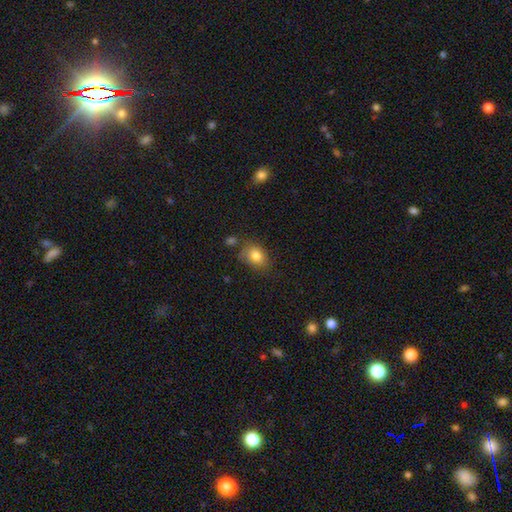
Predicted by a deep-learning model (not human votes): A smooth galaxy with no disk features (82%) that is in between round and cigar-shaped (66%).

Vote fractions:
- Smooth or featured? smooth: 82% / star or artifact: 9% / featured or disk: 9%
- How rounded? in between: 66% / round: 33% / cigar-shaped: 1%
- Merging? none: 69% / minor disturbance: 20% / merger: 6% / major disturbance: 5%